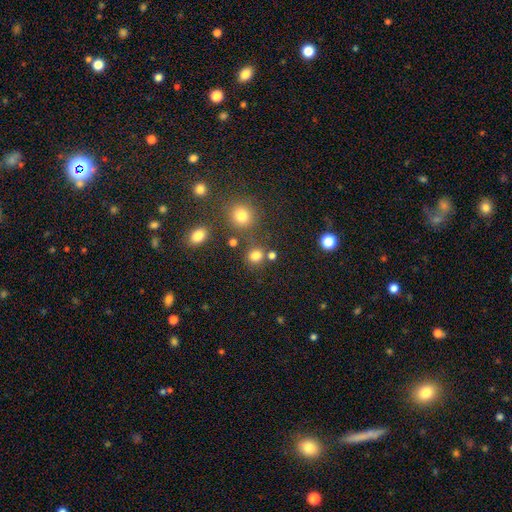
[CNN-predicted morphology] Smooth or featured?
  - smooth: 78% *
  - star or artifact: 16%
  - featured or disk: 6%
How rounded?
  - round: 81% *
  - in between: 18%
  - cigar-shaped: 1%
Merging?
  - none: 73% *
  - merger: 13%
  - minor disturbance: 10%
  - major disturbance: 5%